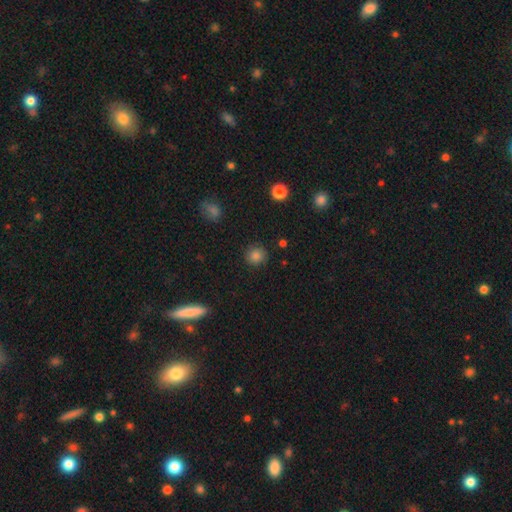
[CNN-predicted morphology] Overall: smooth (82%). How rounded: round (88%). Merging: none (86%).